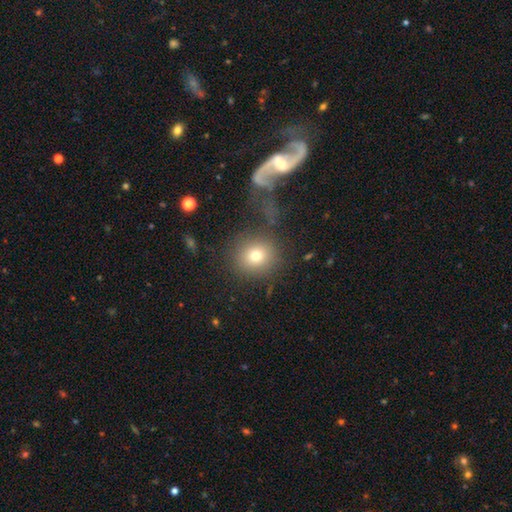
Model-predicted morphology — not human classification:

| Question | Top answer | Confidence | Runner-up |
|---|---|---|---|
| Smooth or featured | smooth | 75% | star or artifact (13%) |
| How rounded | round | 86% | in between (13%) |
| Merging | none | 72% | minor disturbance (11%) |